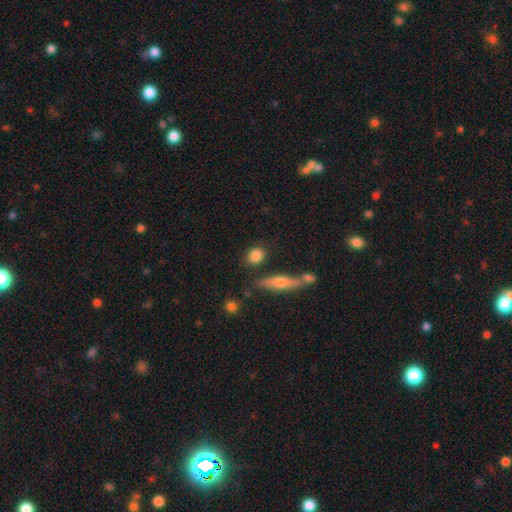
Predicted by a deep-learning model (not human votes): Smooth or featured? smooth (82%)
How rounded? round (56%)
Merging? none (77%)